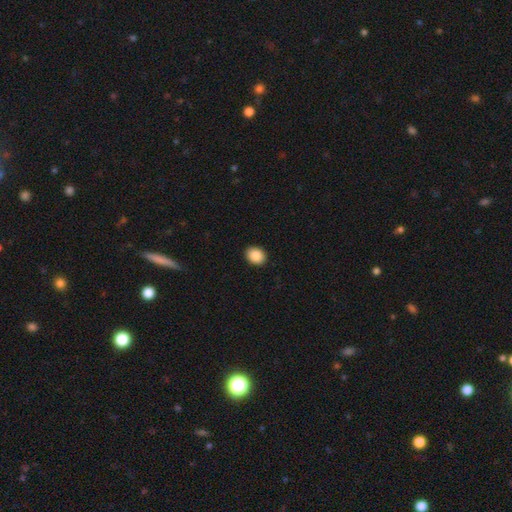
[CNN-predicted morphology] Smooth or featured? Predicted: smooth (p=0.88). How rounded? Predicted: in between (p=0.50, tied with round). Merging? Predicted: none (p=0.92).